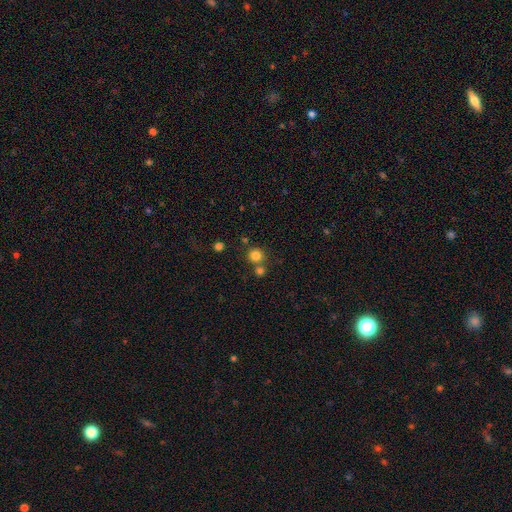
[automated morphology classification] Overall: smooth (81%). How rounded: round (92%). Merging: none (69%).